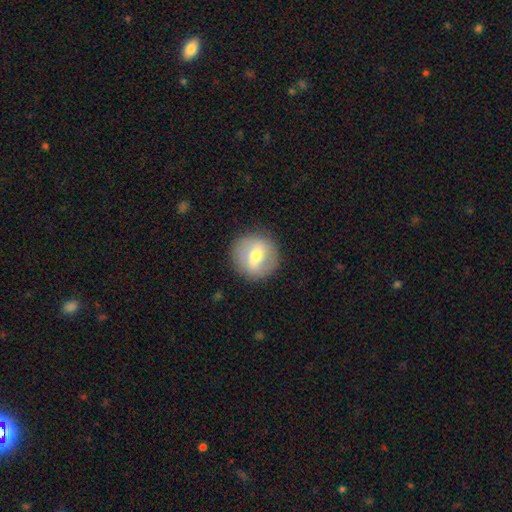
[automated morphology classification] The model was most divided on "smooth or featured" (2-way tie): smooth: 46%, featured or disk: 46%, star or artifact: 8%. More confident: merging — none (87%).